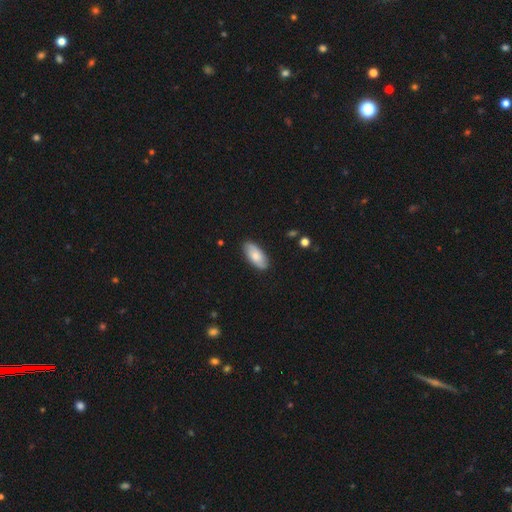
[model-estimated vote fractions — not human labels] A smooth galaxy with no disk features (71%) that is in between round and cigar-shaped (90%).

Vote fractions:
- Smooth or featured? smooth: 71% / featured or disk: 23% / star or artifact: 6%
- How rounded? in between: 90% / cigar-shaped: 8% / round: 2%
- Merging? none: 86% / minor disturbance: 11% / major disturbance: 2% / merger: 1%